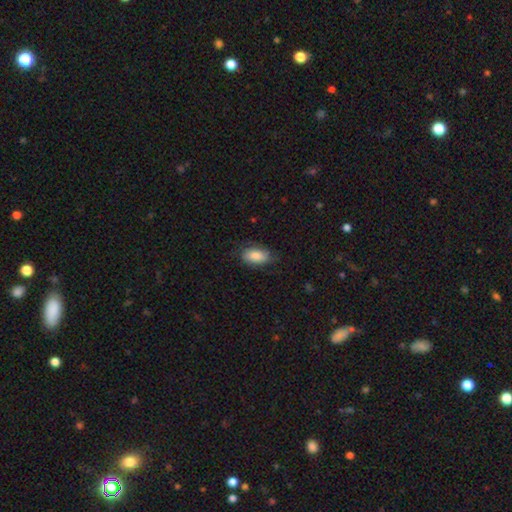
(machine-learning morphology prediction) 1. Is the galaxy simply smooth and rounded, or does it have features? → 78% smooth, 16% featured or disk, 6% star or artifact.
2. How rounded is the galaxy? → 92% in between, 5% round, 4% cigar-shaped.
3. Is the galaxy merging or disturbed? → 70% none, 22% minor disturbance, 7% major disturbance, 1% merger.